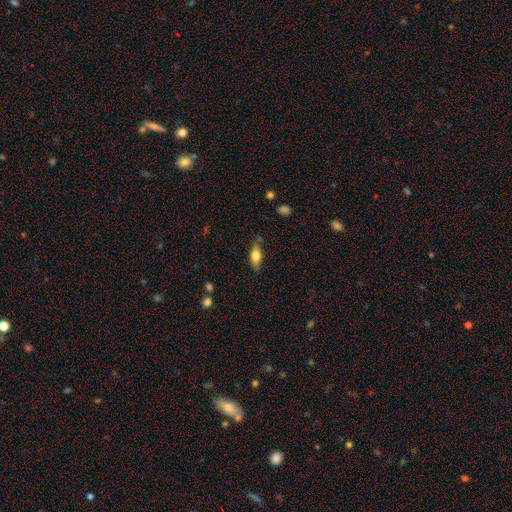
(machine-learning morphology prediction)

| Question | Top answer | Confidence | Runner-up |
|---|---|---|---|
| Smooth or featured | smooth | 66% | featured or disk (26%) |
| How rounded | in between | 71% | cigar-shaped (25%) |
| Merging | none | 72% | minor disturbance (21%) |